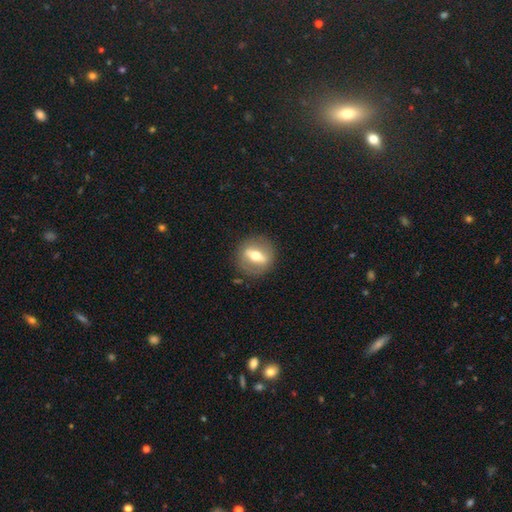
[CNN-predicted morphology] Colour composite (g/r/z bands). It shows a featured or disk galaxy (58%). Merging: none (85%).